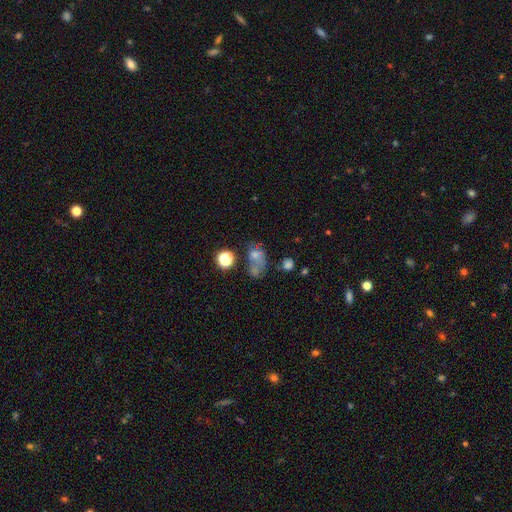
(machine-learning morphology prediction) This appears to be a smooth galaxy with no disk features (57%) that is in between round and cigar-shaped (60%). Merging: none (31%).